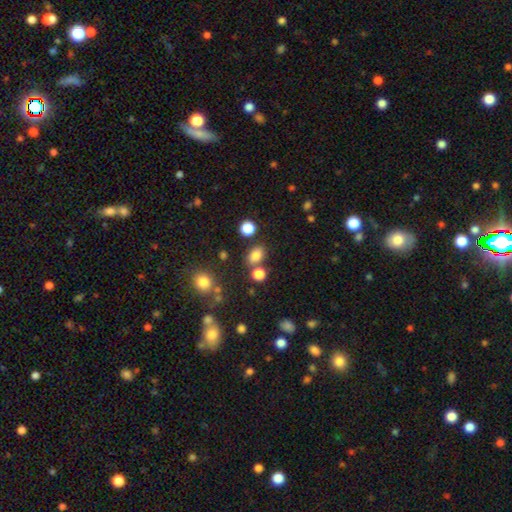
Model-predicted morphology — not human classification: Smooth or featured: smooth — 80% (star or artifact — 14%)
How rounded: in between — 71% (round — 27%)
Merging: none — 71% (merger — 13%)